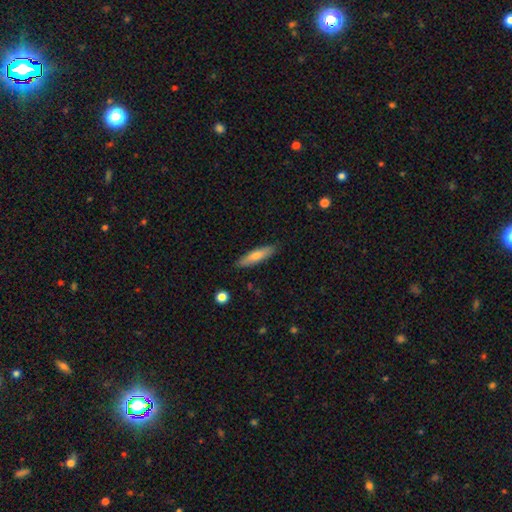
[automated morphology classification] Smooth or featured: smooth — 68% (featured or disk — 26%)
How rounded: cigar-shaped — 75% (in between — 23%)
Merging: none — 87% (minor disturbance — 10%)